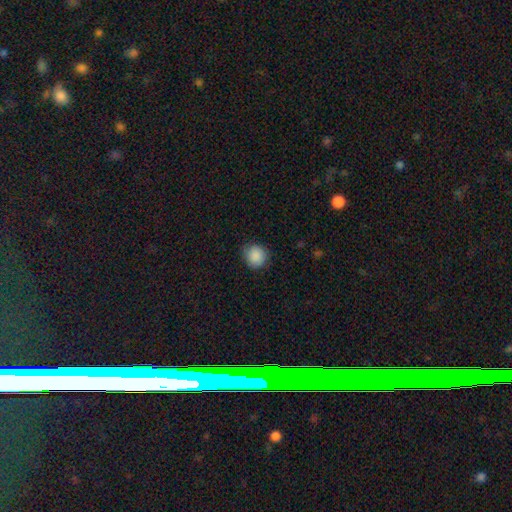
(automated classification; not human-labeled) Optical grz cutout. It shows a smooth galaxy with no disk features (89%) that is round (89%). Merging: none (83%).